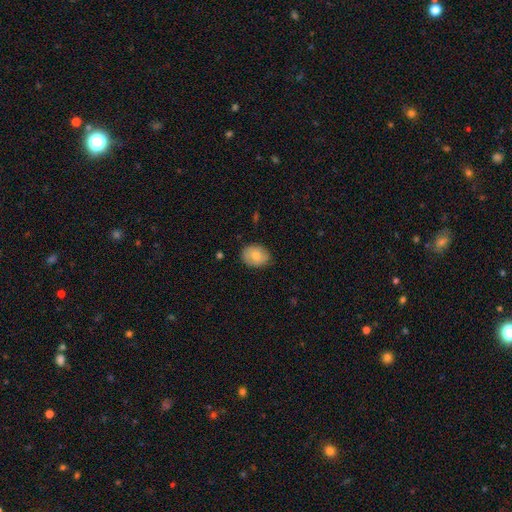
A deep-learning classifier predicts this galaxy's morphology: type=smooth (75%); roundness=in between (61%); merging=none (79%).